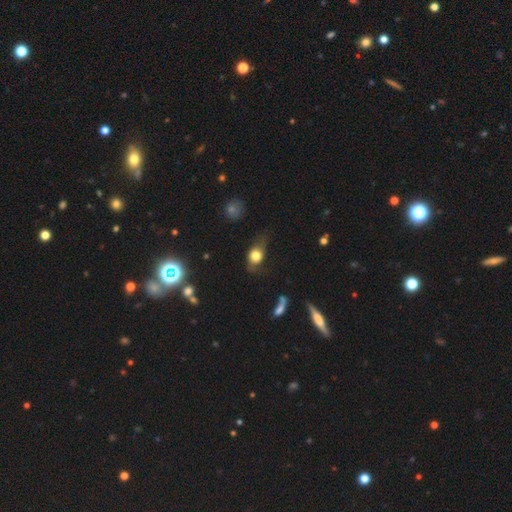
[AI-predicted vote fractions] Q: Smooth or featured?
A: smooth (67%); runner-up: featured or disk (24%)
Q: How rounded?
A: in between (58%); runner-up: round (39%)
Q: Merging?
A: none (44%); runner-up: minor disturbance (30%)